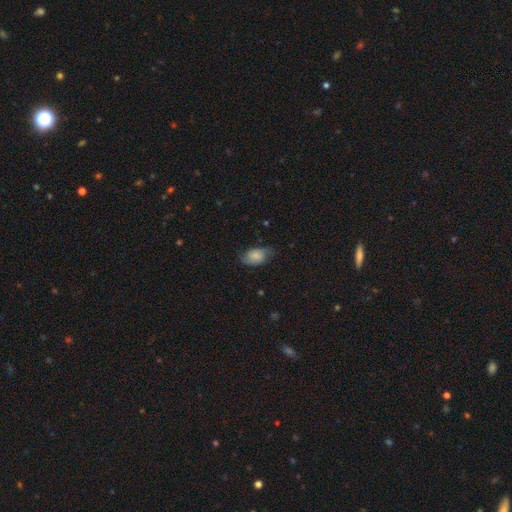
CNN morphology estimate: A smooth galaxy with no disk features (65%) that is in between round and cigar-shaped (88%). Merging: none (58%).